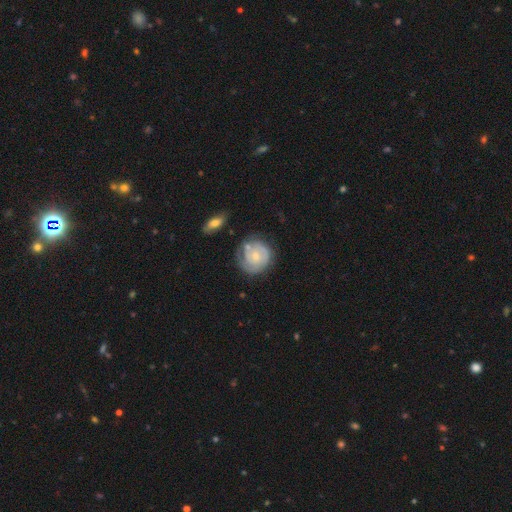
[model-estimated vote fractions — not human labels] Smooth or featured? featured or disk (66%)
Edge-on disk? no (98%)
Bar? no (80%)
Spiral arms? yes (83%)
Spiral winding? tight (70%)
Spiral arm count? can't tell (37%)
Bulge size? small (63%)
Merging? none (62%)